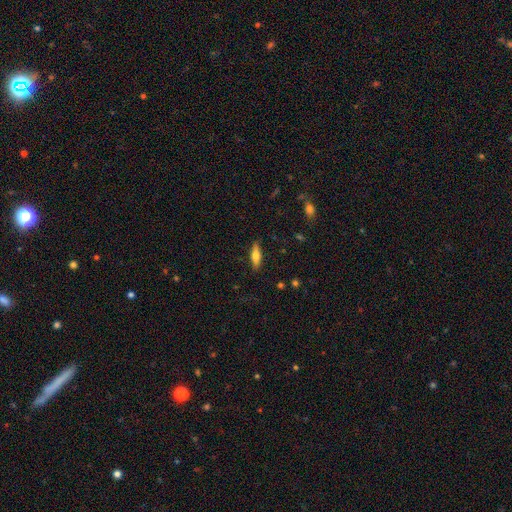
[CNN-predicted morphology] smooth_or_featured: smooth (p=0.63) [alt: featured or disk p=0.30]
how_rounded: cigar-shaped (p=0.55) [alt: in between p=0.43]
merging: none (p=0.87) [alt: minor disturbance p=0.10]